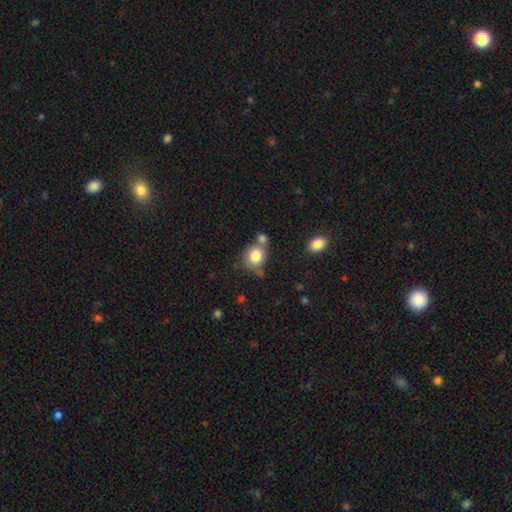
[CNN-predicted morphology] smooth-or-featured: smooth: 82% | featured or disk: 9% | star or artifact: 9%
  how-rounded: round: 74% | in between: 25% | cigar-shaped: 1%
  merging: none: 50% | merger: 28% | minor disturbance: 16% | major disturbance: 6%